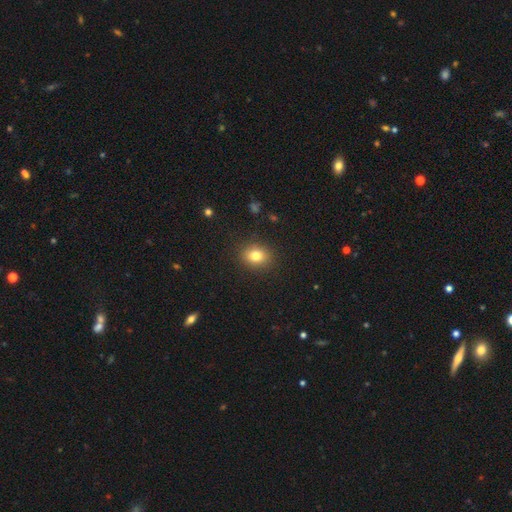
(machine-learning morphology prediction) Overall: smooth (80%). How rounded: round (57%; in between 42%). Merging: none (88%).